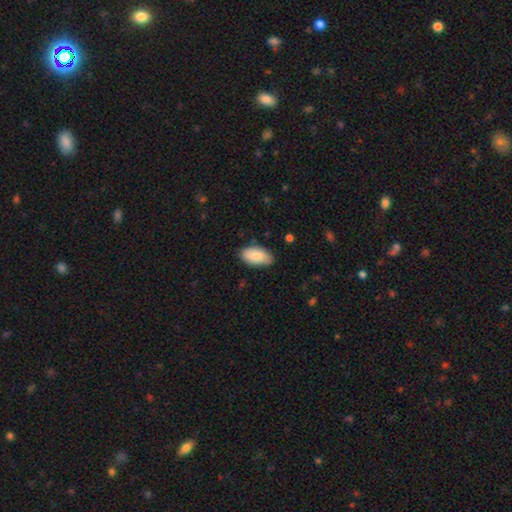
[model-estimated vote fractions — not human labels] A smooth galaxy with no disk features (85%) that is in between round and cigar-shaped (95%). Merging: none (80%).